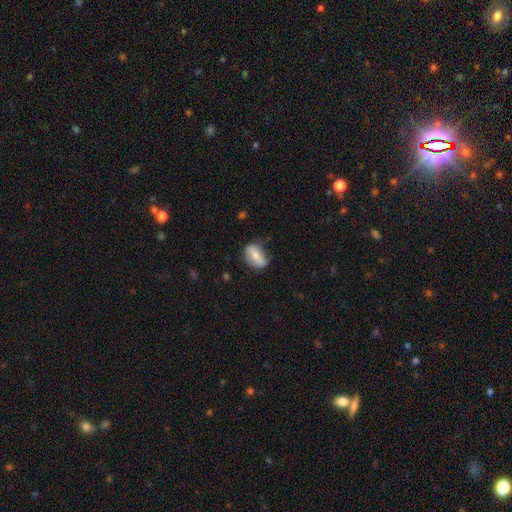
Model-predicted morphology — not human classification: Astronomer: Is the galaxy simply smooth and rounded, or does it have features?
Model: smooth — 63%.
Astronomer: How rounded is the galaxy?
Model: in between — 82%.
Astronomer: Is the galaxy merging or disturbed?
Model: none — 72%.